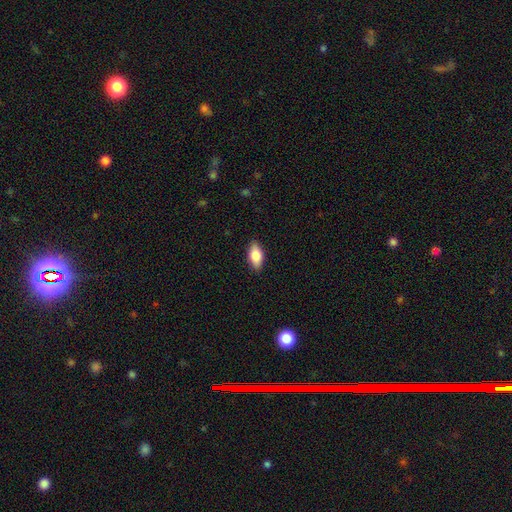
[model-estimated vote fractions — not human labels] A smooth galaxy with no disk features (78%) that is in between round and cigar-shaped (88%).

Vote fractions:
- Smooth or featured? smooth: 78% / featured or disk: 15% / star or artifact: 7%
- How rounded? in between: 88% / cigar-shaped: 9% / round: 4%
- Merging? none: 87% / minor disturbance: 10% / major disturbance: 2% / merger: 1%